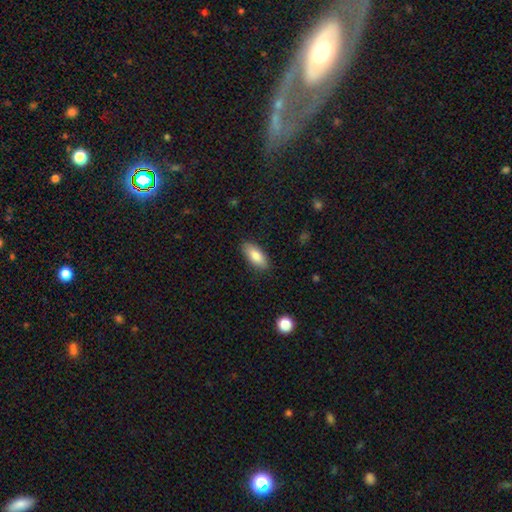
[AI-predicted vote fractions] This appears to be a smooth galaxy with no disk features (82%) that is in between round and cigar-shaped (83%). Merging: none (86%).